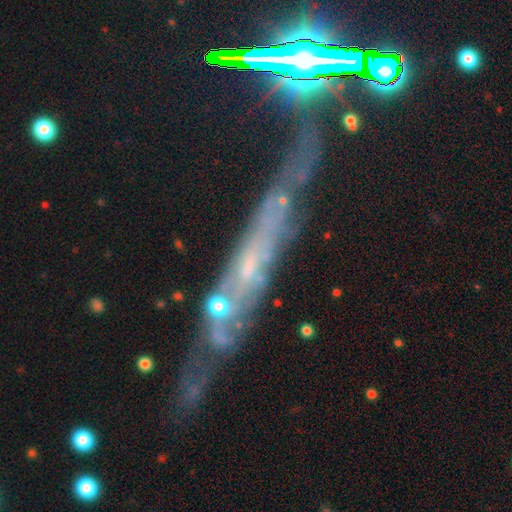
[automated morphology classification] This is likely a featured or disk galaxy (63%). It is likely viewed edge-on (70%). Merging: likely none (65%).